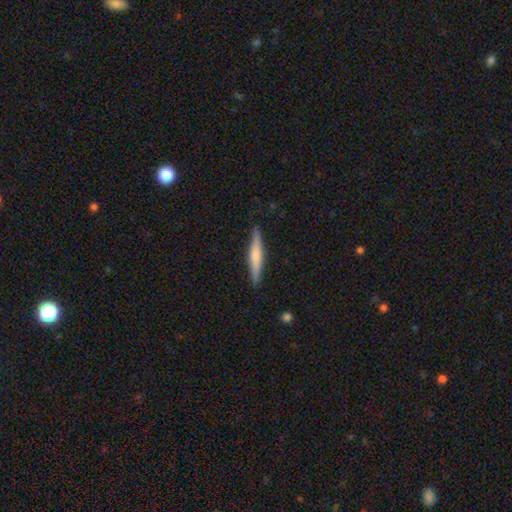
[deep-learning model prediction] This appears to be a smooth galaxy with no disk features (50%) that is cigar-shaped (93%). Merging: none (89%).